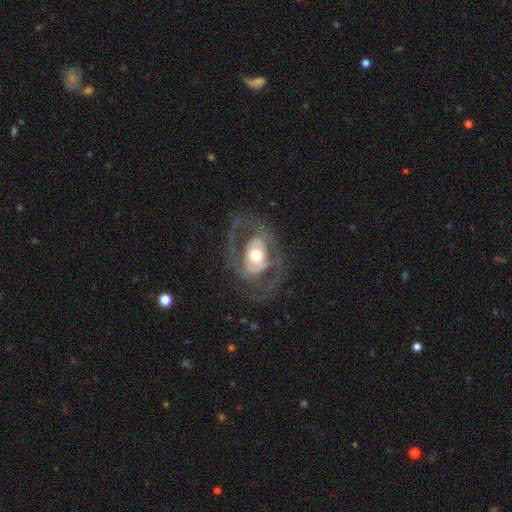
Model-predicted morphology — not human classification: smooth_or_featured: featured or disk (p=0.79) [alt: smooth p=0.16]
disk_edge_on: no (p=0.95) [alt: yes p=0.05]
bar: no (p=0.60) [alt: weak p=0.25]
has_spiral_arms: yes (p=0.62) [alt: no p=0.38]
bulge_size: moderate (p=0.60) [alt: large p=0.30]
merging: none (p=0.65) [alt: major disturbance p=0.18]